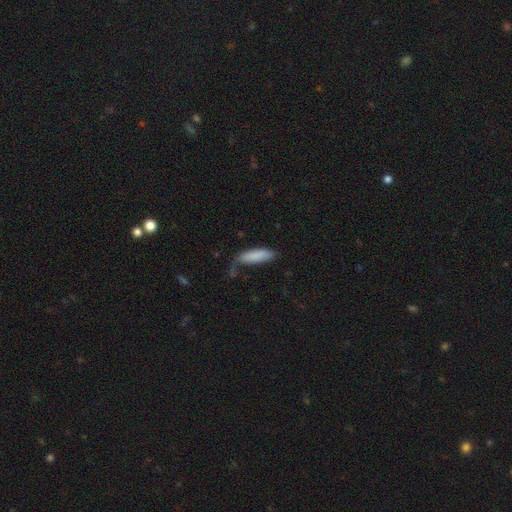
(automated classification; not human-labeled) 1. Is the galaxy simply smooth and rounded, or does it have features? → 84% smooth, 10% featured or disk, 6% star or artifact.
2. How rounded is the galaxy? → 56% in between, 42% cigar-shaped, 2% round.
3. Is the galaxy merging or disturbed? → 45% none, 29% minor disturbance, 20% major disturbance, 6% merger.